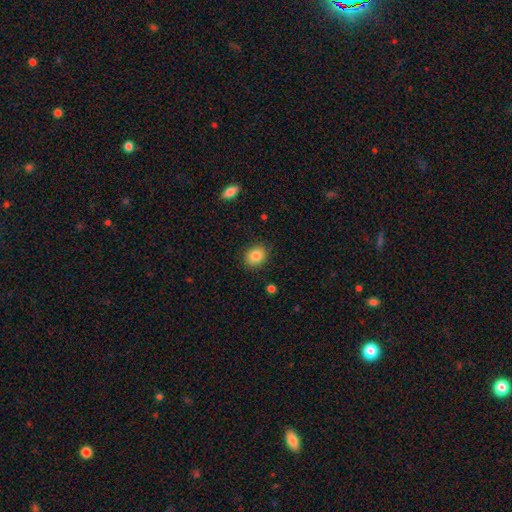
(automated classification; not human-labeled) The model was most divided on "how rounded": round: 56%, in between: 43%, cigar-shaped: 1%. More confident: merging — none (88%); smooth or featured — smooth (85%).